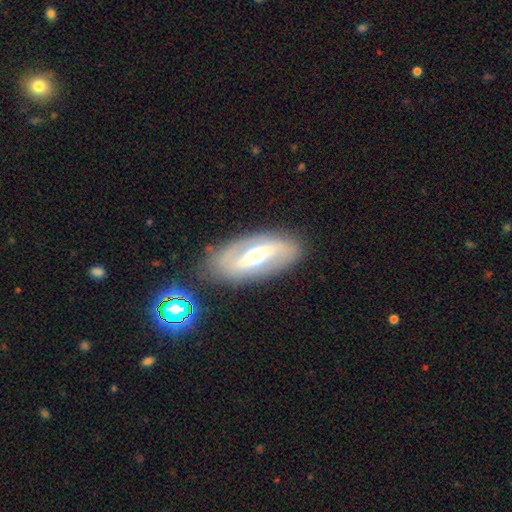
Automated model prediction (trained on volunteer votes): Smooth or featured? Predicted: featured or disk (p=0.74). Edge-on disk? Predicted: no (p=0.86). Bar? Predicted: strong (p=0.54). Spiral arms? Predicted: yes (p=0.60). Bulge size? Predicted: moderate (p=0.69). Merging? Predicted: none (p=0.82).